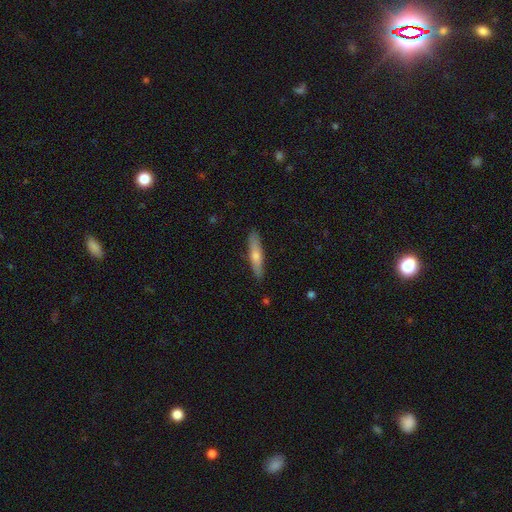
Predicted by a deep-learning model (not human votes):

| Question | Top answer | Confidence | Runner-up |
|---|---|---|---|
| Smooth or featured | smooth | 49% | featured or disk (45%) |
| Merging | none | 89% | minor disturbance (8%) |